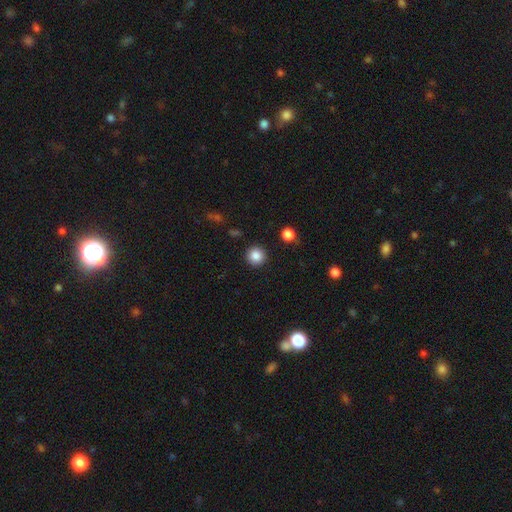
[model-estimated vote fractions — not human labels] smooth-or-featured: smooth: 85% | star or artifact: 10% | featured or disk: 4%
  how-rounded: round: 95% | in between: 4% | cigar-shaped: 1%
  merging: none: 92% | minor disturbance: 5% | major disturbance: 2% | merger: 2%